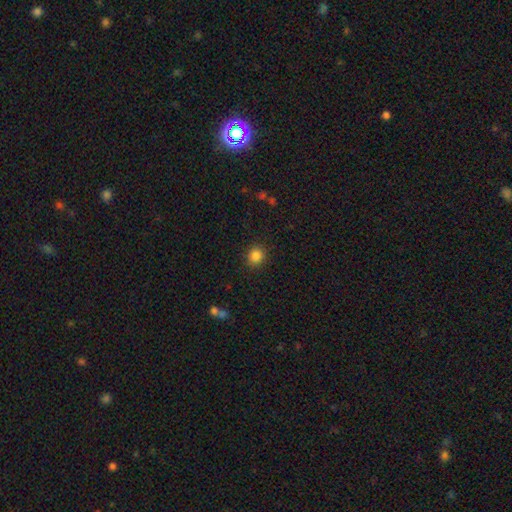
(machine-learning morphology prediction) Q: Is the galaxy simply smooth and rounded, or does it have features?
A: smooth — 85%.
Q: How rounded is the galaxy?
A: round — 89%.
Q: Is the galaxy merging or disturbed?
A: none — 89%.